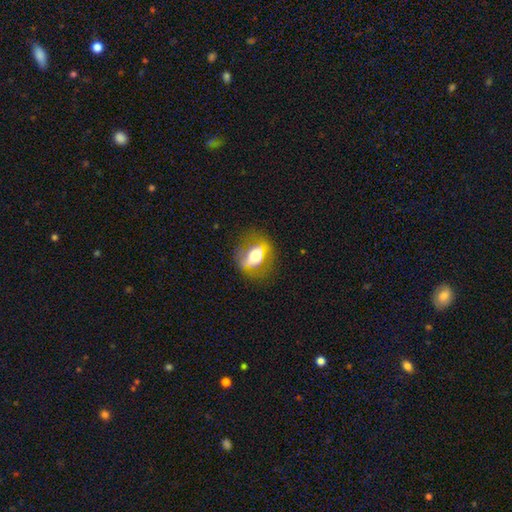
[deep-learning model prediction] Overall: smooth (45%, tied with featured or disk). Merging: none (67%).